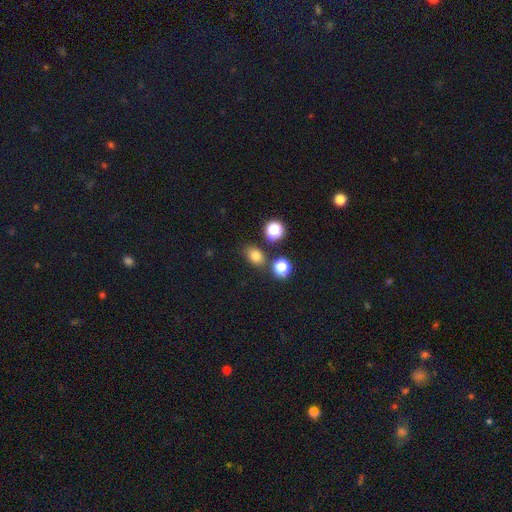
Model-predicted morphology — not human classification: This appears to be a smooth galaxy with no disk features (75%) that is in between round and cigar-shaped (61%). Merging: none (74%).